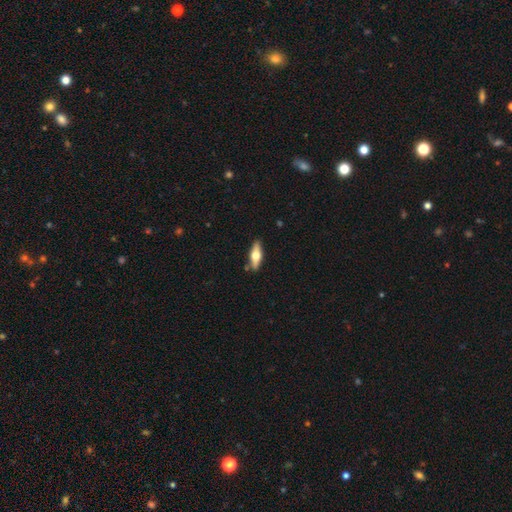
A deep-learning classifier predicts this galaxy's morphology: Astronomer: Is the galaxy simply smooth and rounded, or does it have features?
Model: featured or disk — 47%, tied with smooth at 47%.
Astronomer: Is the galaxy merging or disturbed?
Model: none — 85%.